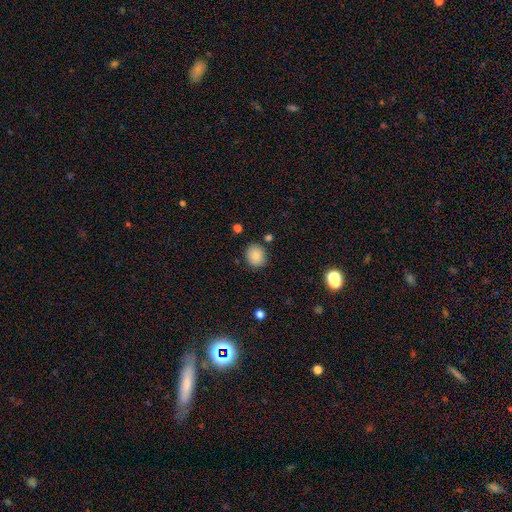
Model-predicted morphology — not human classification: Overall: smooth (85%). How rounded: round (71%). Merging: none (85%).